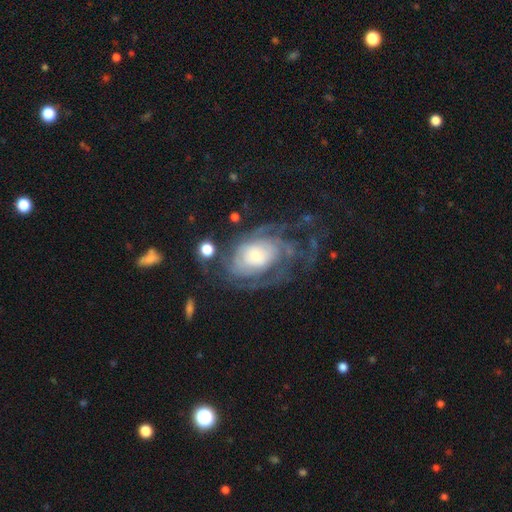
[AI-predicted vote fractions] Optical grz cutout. It shows a featured or disk galaxy (82%) with no bar (75%), tight (61%) spiral arms (91%) and a small central bulge (45%). Merging: none (52%).